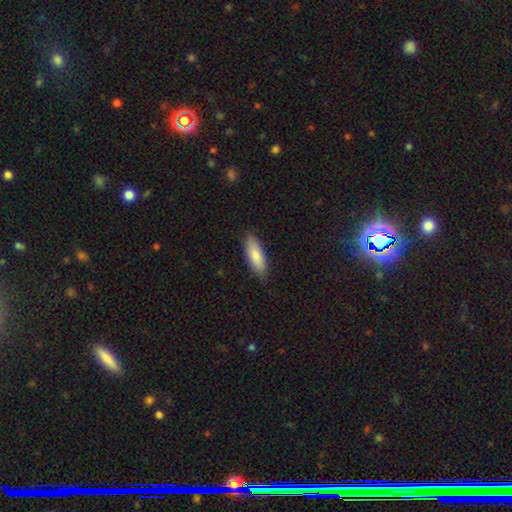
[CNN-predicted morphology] This is clearly a smooth galaxy (83%). How rounded: likely in between (62%). Merging: clearly none (84%).